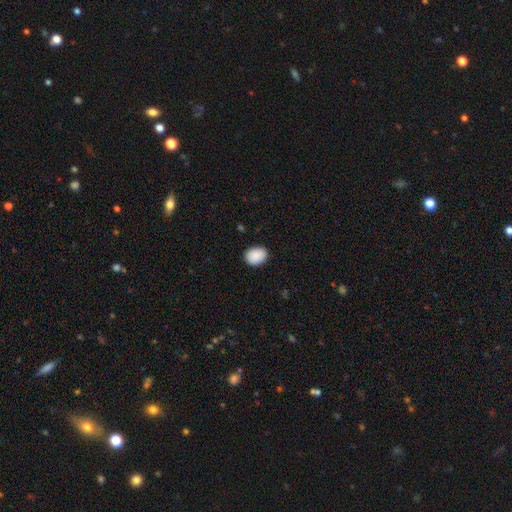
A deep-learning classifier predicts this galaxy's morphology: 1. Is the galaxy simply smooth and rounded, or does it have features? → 90% smooth, 7% star or artifact, 3% featured or disk.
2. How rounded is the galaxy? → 63% in between, 37% round, 1% cigar-shaped.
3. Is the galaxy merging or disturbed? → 87% none, 10% minor disturbance, 2% major disturbance, 1% merger.